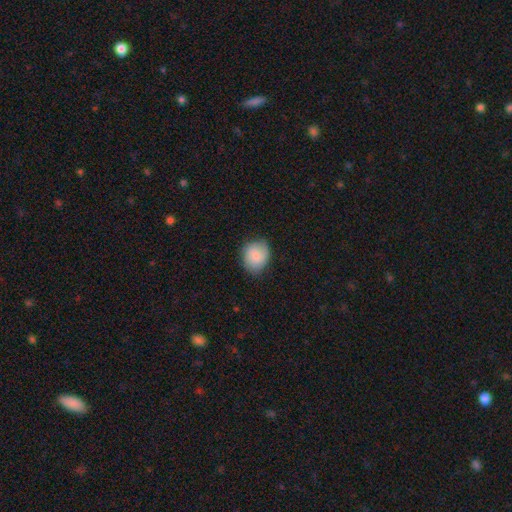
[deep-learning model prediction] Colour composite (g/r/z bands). It shows a smooth galaxy with no disk features (80%) that is round (60%). Merging: none (78%).